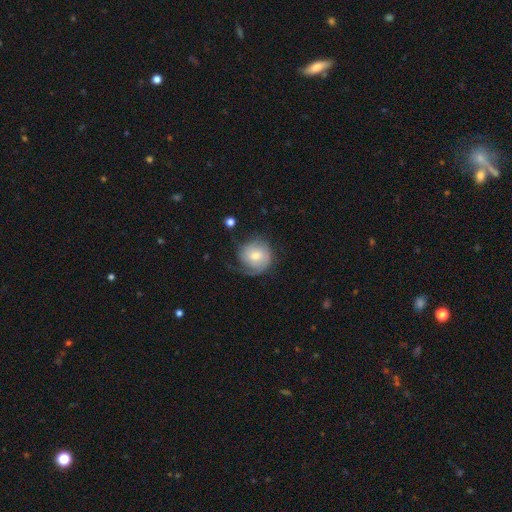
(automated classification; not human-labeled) Smooth or featured? featured or disk (54%)
Edge-on disk? no (97%)
Bar? no (63%)
Spiral arms? yes (85%)
Bulge size? moderate (53%)
Merging? none (59%)